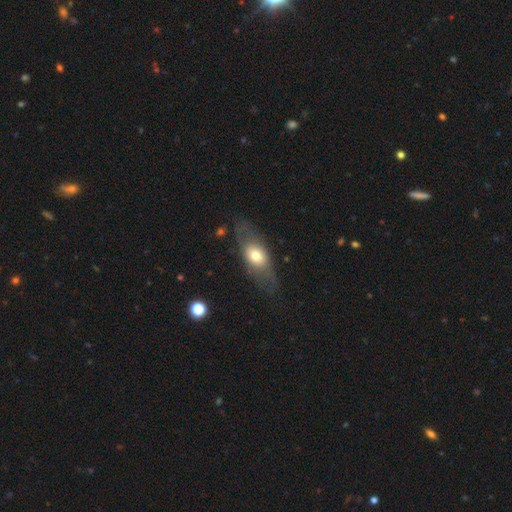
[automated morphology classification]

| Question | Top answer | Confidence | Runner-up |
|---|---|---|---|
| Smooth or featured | smooth | 57% | featured or disk (36%) |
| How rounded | in between | 73% | cigar-shaped (15%) |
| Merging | none | 69% | minor disturbance (18%) |